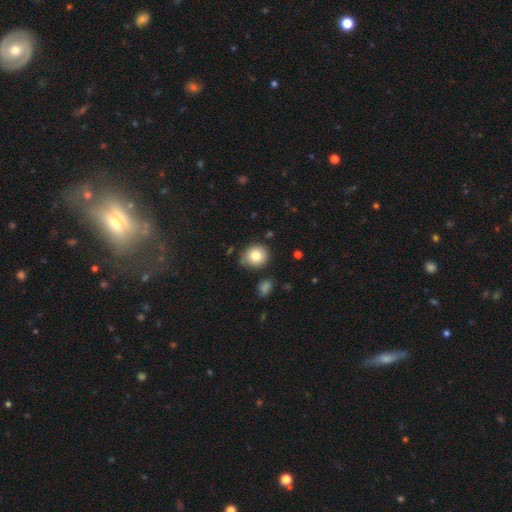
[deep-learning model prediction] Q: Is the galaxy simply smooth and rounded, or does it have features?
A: smooth — 81%.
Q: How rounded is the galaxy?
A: round — 82%.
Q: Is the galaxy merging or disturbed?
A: none — 79%.